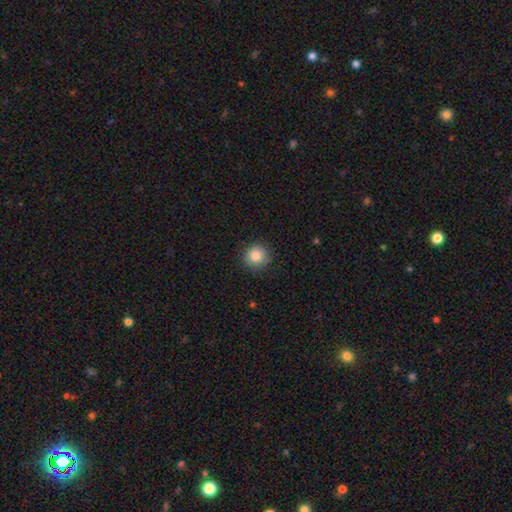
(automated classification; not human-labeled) Smooth or featured?
  - smooth: 86% *
  - star or artifact: 9%
  - featured or disk: 5%
How rounded?
  - round: 93% *
  - in between: 6%
  - cigar-shaped: 1%
Merging?
  - none: 87% *
  - minor disturbance: 9%
  - major disturbance: 2%
  - merger: 1%